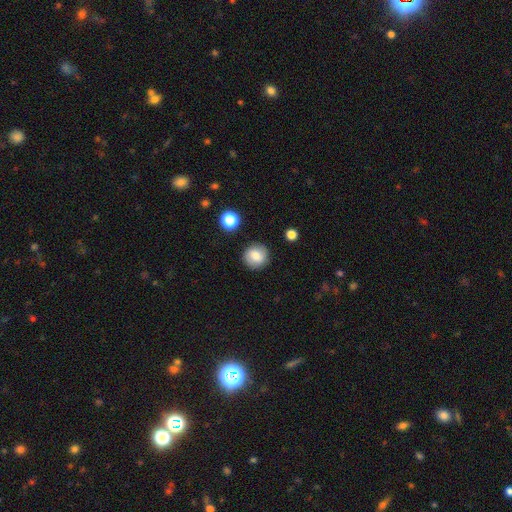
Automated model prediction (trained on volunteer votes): smooth 77%, featured or disk 14%, star or artifact 9%. Down the decision tree: how rounded — round (92%); merging — none (89%).